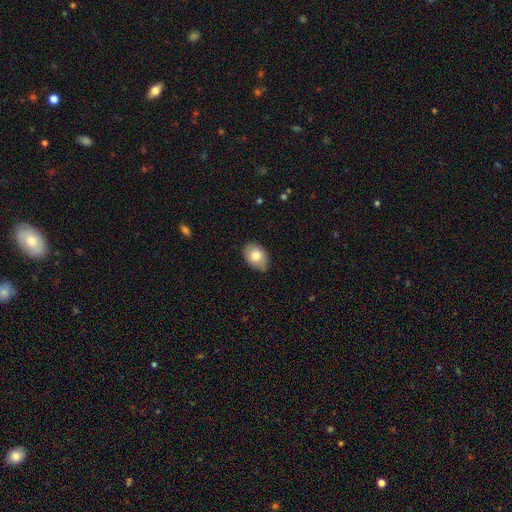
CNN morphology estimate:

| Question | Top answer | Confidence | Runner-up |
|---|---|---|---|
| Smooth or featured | smooth | 80% | featured or disk (13%) |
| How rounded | in between | 76% | round (23%) |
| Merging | none | 76% | minor disturbance (20%) |